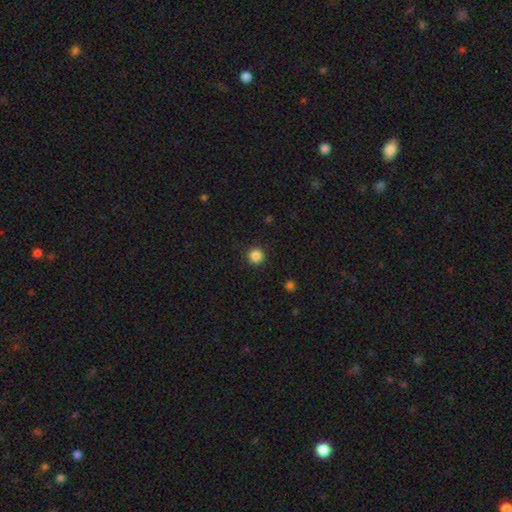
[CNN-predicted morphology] A smooth galaxy with no disk features (86%) that is round (96%).

Vote fractions:
- Smooth or featured? smooth: 86% / star or artifact: 11% / featured or disk: 3%
- How rounded? round: 96% / in between: 3% / cigar-shaped: 1%
- Merging? none: 92% / minor disturbance: 5% / major disturbance: 2% / merger: 1%